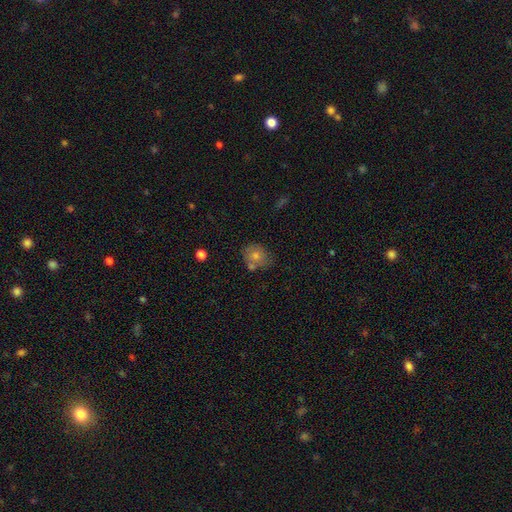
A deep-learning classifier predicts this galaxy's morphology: This appears to be a smooth galaxy with no disk features (64%) that is round (67%). Merging: none (66%).